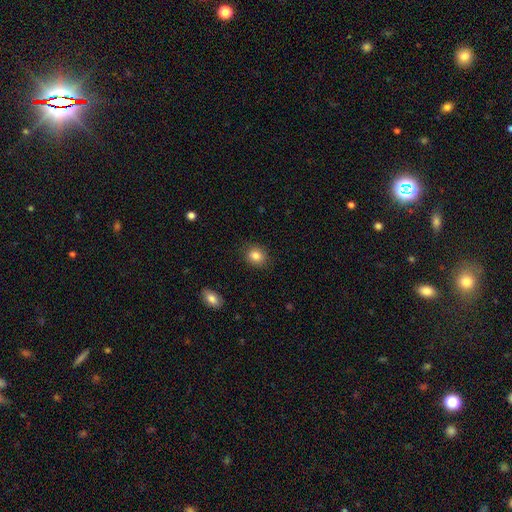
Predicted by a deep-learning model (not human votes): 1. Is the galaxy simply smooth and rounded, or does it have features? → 84% smooth, 10% star or artifact, 6% featured or disk.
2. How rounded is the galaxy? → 62% round, 37% in between, 1% cigar-shaped.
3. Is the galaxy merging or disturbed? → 88% none, 9% minor disturbance, 2% major disturbance, 1% merger.